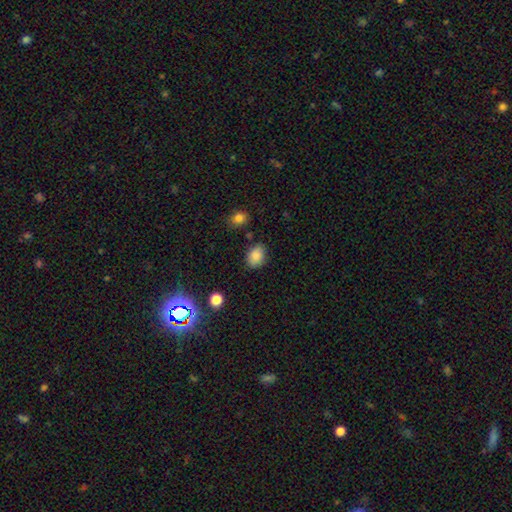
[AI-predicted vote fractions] Overall: smooth (86%). How rounded: in between (70%). Merging: none (79%).